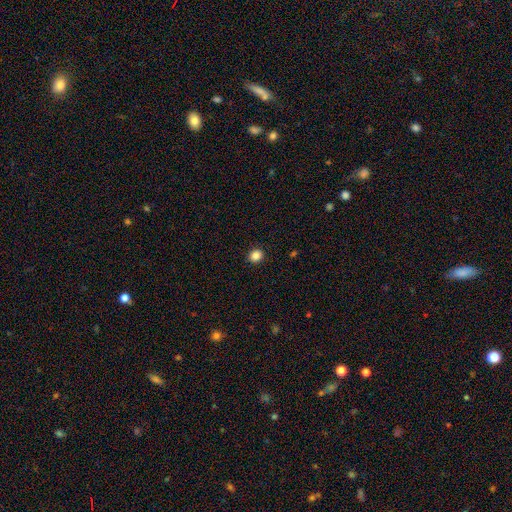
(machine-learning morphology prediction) smooth_or_featured: smooth (p=0.86) [alt: star or artifact p=0.11]
how_rounded: round (p=0.73) [alt: in between p=0.26]
merging: none (p=0.92) [alt: minor disturbance p=0.06]